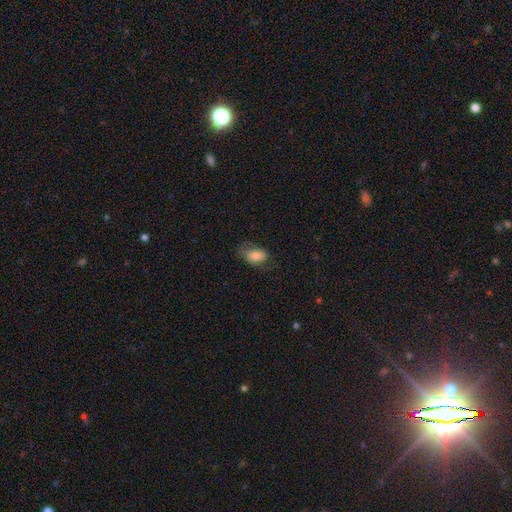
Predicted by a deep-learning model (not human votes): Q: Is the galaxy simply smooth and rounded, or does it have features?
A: smooth — 72%.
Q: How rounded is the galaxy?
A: in between — 89%.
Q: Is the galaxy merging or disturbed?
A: none — 59%.